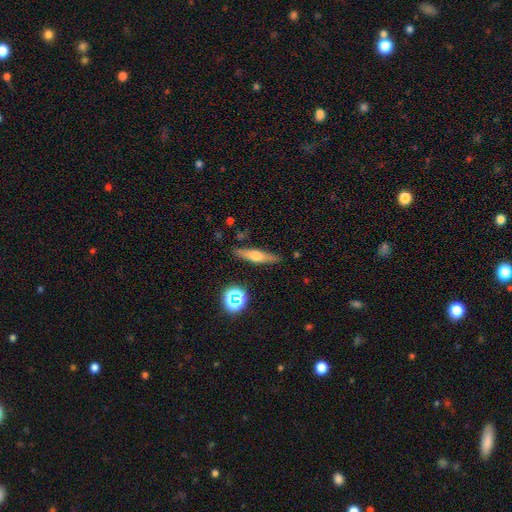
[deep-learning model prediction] Morphology: type=featured or disk (47%); merging=none (86%).